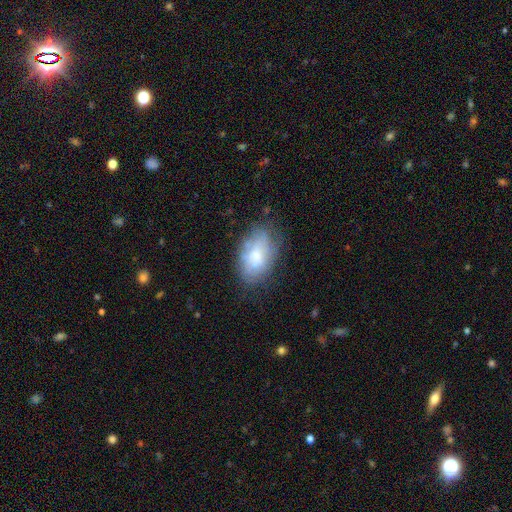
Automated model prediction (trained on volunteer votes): A smooth galaxy with no disk features (59%) that is in between round and cigar-shaped (91%).

Vote fractions:
- Smooth or featured? smooth: 59% / featured or disk: 32% / star or artifact: 9%
- How rounded? in between: 91% / round: 7% / cigar-shaped: 2%
- Merging? none: 67% / minor disturbance: 23% / major disturbance: 8% / merger: 2%